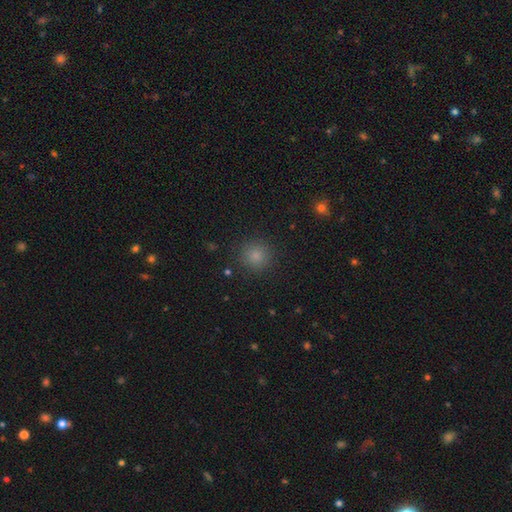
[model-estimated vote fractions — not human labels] The model was most divided on "smooth or featured": smooth: 81%, star or artifact: 14%, featured or disk: 5%. More confident: how rounded — round (93%); merging — none (89%).